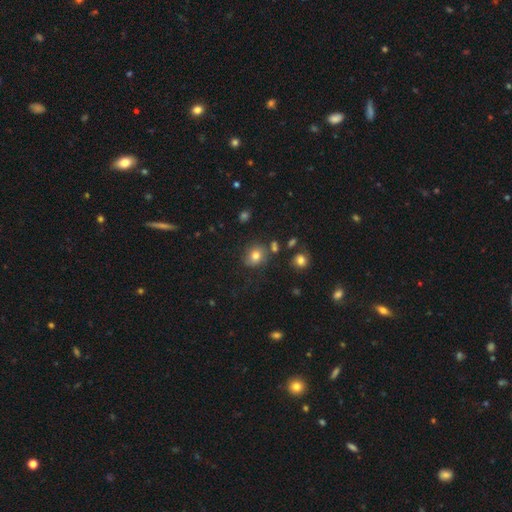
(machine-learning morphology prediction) smooth-or-featured: smooth: 77% | star or artifact: 14% | featured or disk: 10%
  how-rounded: round: 70% | in between: 29% | cigar-shaped: 1%
  merging: none: 75% | minor disturbance: 14% | merger: 6% | major disturbance: 5%